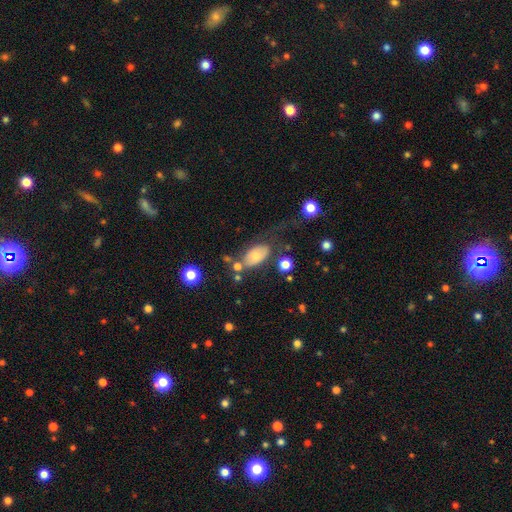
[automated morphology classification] Q: Smooth or featured?
A: smooth (65%); runner-up: featured or disk (26%)
Q: How rounded?
A: in between (91%); runner-up: round (7%)
Q: Merging?
A: none (57%); runner-up: minor disturbance (20%)